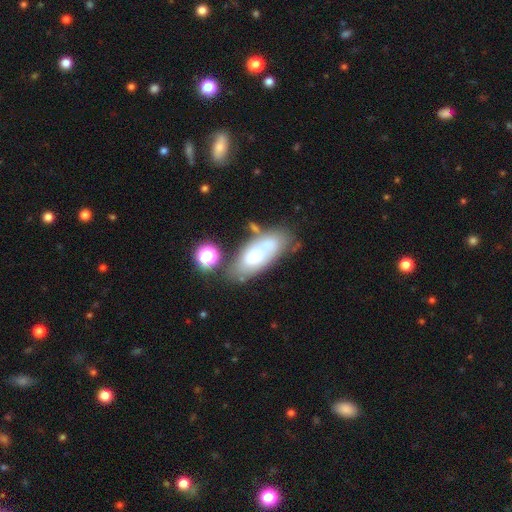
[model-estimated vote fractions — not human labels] Q: Smooth or featured?
A: smooth (58%); runner-up: featured or disk (33%)
Q: How rounded?
A: in between (83%); runner-up: cigar-shaped (14%)
Q: Merging?
A: none (54%); runner-up: minor disturbance (20%)